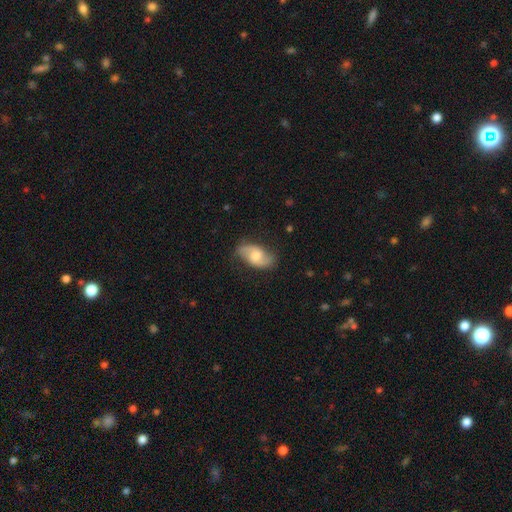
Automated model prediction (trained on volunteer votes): Smooth or featured?
  - featured or disk: 61% *
  - smooth: 33%
  - star or artifact: 7%
Edge-on disk?
  - no: 95% *
  - yes: 5%
Bar?
  - no: 49% *
  - weak: 42%
  - strong: 8%
Spiral arms?
  - yes: 90% *
  - no: 10%
Spiral winding?
  - loose: 49% *
  - medium: 37%
  - tight: 13%
Spiral arm count?
  - 2: 88% *
  - can't tell: 6%
  - 1: 2%
  - 3: 1%
  - 4: 1%
  - more than 4: 1%
Bulge size?
  - moderate: 56% *
  - small: 24%
  - large: 13%
  - none: 6%
  - dominant: 2%
Merging?
  - none: 75% *
  - minor disturbance: 19%
  - major disturbance: 5%
  - merger: 1%